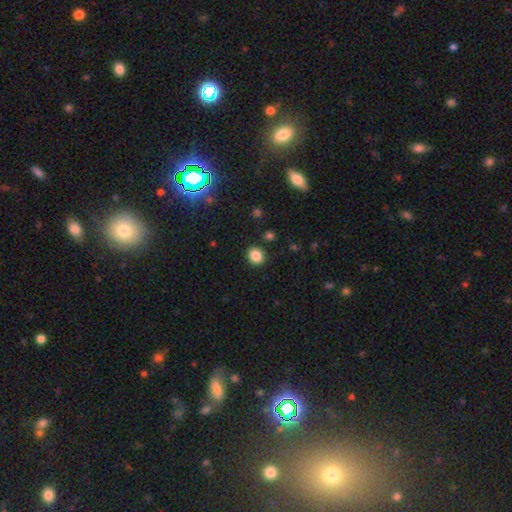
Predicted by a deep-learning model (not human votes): The model was most divided on "how rounded": round: 67%, in between: 33%, cigar-shaped: 1%. More confident: merging — none (89%); smooth or featured — smooth (85%).